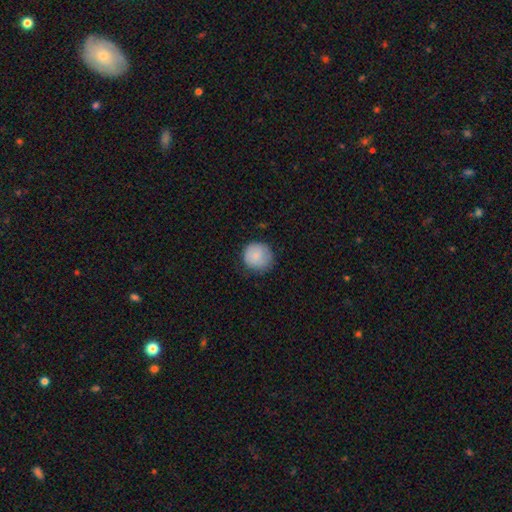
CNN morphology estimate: A smooth galaxy with no disk features (86%) that is round (93%). Merging: none (78%).